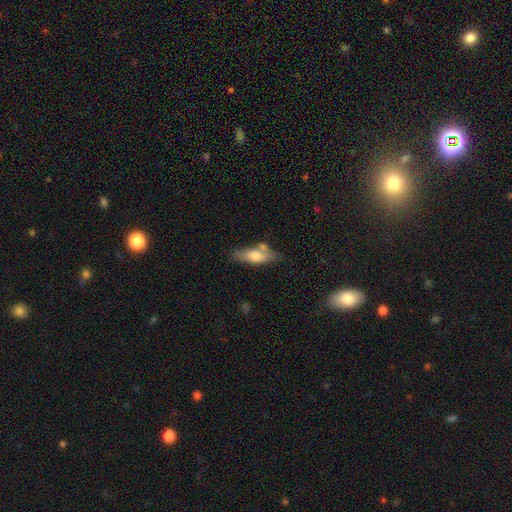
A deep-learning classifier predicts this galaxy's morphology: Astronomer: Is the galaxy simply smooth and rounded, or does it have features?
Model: smooth — 63%.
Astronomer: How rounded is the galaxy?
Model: in between — 57% (runner-up: cigar-shaped, 40%).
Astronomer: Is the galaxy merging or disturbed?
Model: none — 61%.